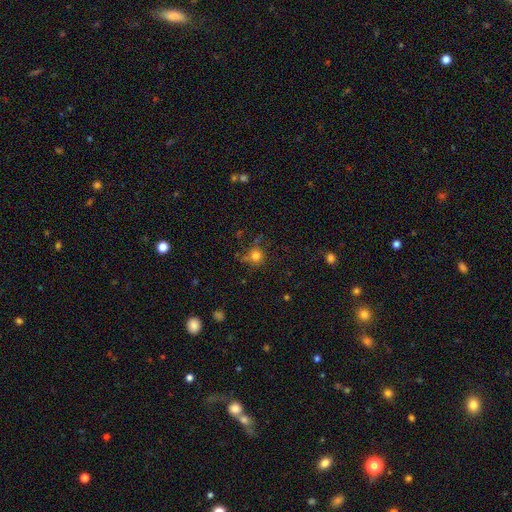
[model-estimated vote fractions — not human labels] Q: Smooth or featured?
A: smooth (78%); runner-up: star or artifact (15%)
Q: How rounded?
A: round (90%); runner-up: in between (9%)
Q: Merging?
A: none (72%); runner-up: minor disturbance (15%)